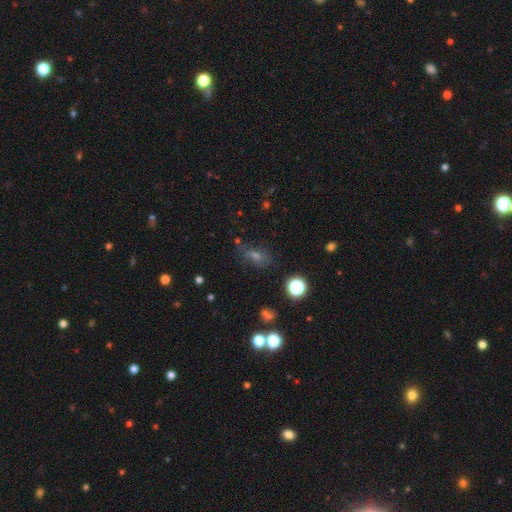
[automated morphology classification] type=smooth (50%); merging=none (69%).